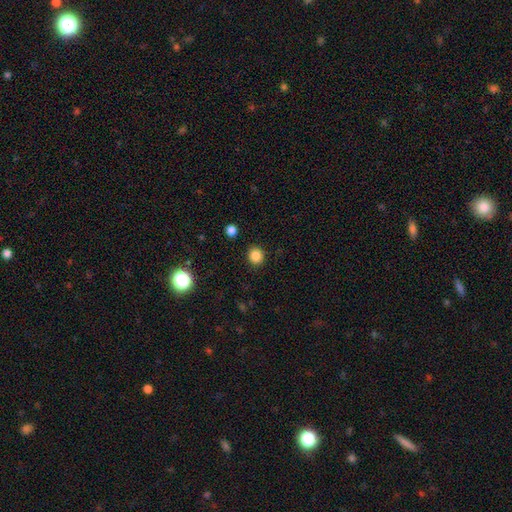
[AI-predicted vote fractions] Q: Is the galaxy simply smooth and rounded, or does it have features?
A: smooth — 85%.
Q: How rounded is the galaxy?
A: round — 86%.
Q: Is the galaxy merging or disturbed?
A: none — 91%.